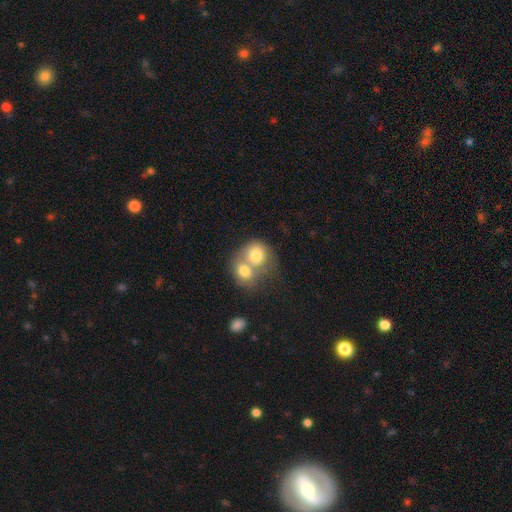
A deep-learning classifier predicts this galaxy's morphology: smooth 72%, featured or disk 20%, star or artifact 7%. Down the decision tree: how rounded — round (66%); merging — merger (72%).